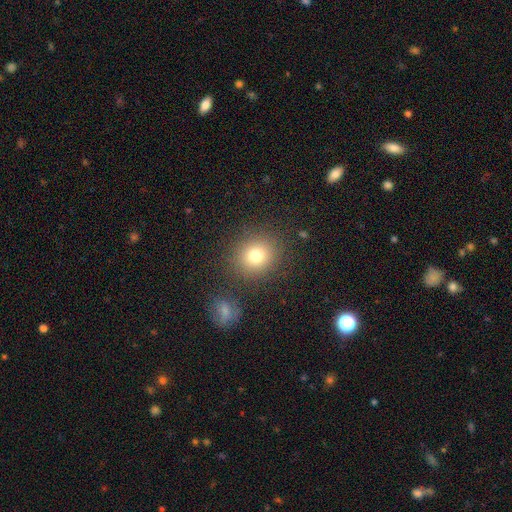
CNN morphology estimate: smooth-or-featured: smooth: 80% | star or artifact: 12% | featured or disk: 8%
  how-rounded: round: 77% | in between: 22% | cigar-shaped: 1%
  merging: none: 83% | minor disturbance: 9% | merger: 5% | major disturbance: 3%